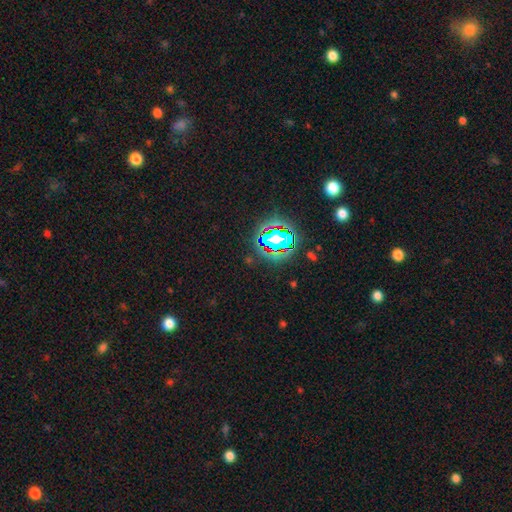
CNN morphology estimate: Q: Smooth or featured?
A: star or artifact (78%); runner-up: smooth (14%)